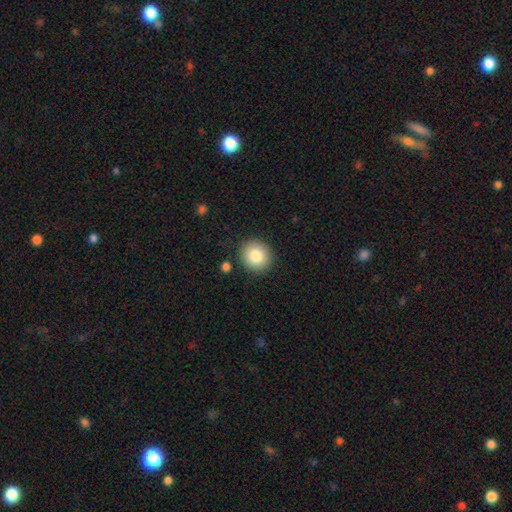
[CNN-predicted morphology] type=smooth (83%); roundness=round (87%); merging=none (88%).